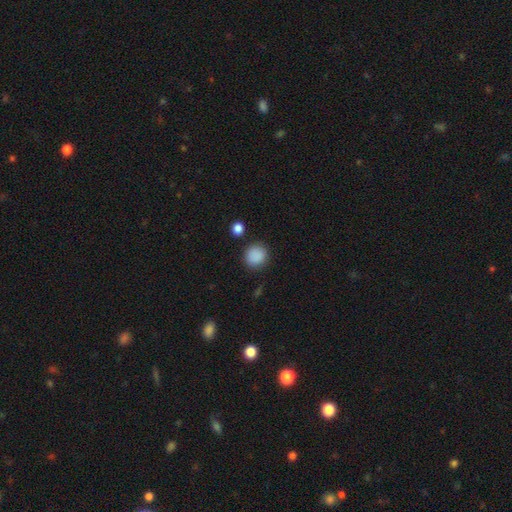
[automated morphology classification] This appears to be a smooth galaxy with no disk features (88%) that is round (88%). Merging: none (86%).